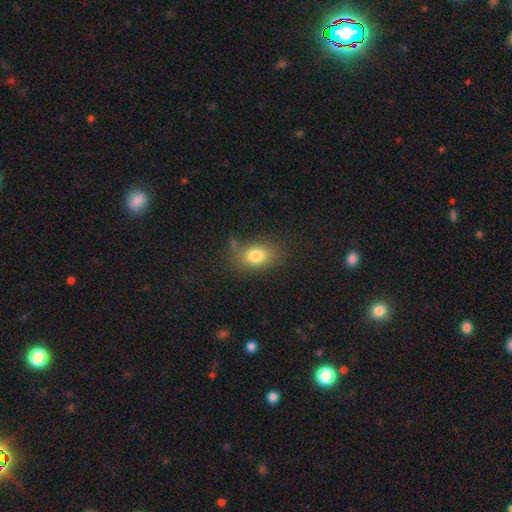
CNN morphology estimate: type=smooth (80%); roundness=in between (72%); merging=none (68%).